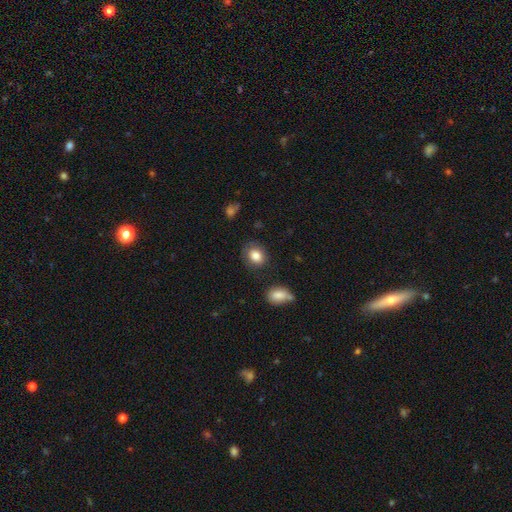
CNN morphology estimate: type=smooth (83%); roundness=round (54%); merging=none (78%).